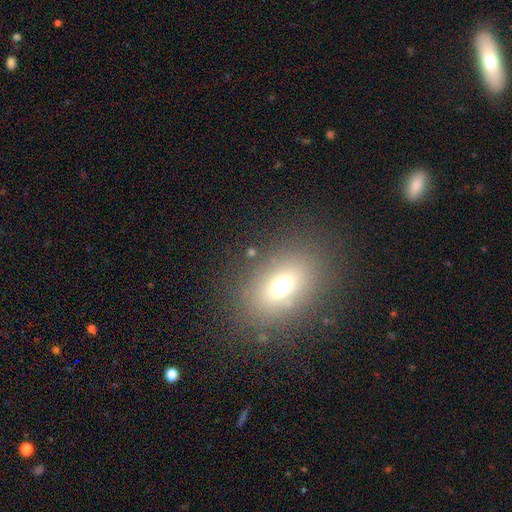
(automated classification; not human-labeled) A smooth galaxy with no disk features (67%) that is in between round and cigar-shaped (72%).

Vote fractions:
- Smooth or featured? smooth: 67% / star or artifact: 18% / featured or disk: 15%
- How rounded? in between: 72% / round: 25% / cigar-shaped: 2%
- Merging? none: 85% / minor disturbance: 9% / major disturbance: 4% / merger: 2%